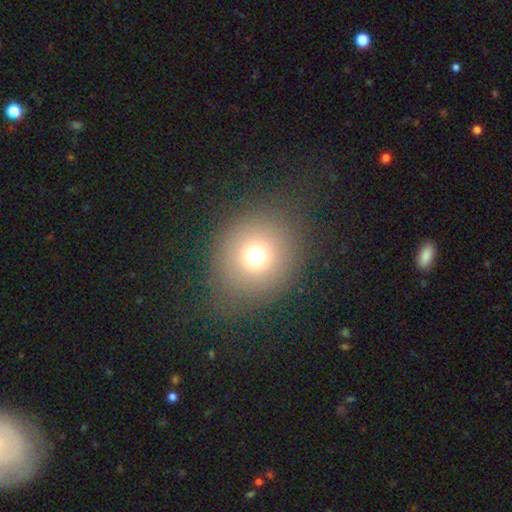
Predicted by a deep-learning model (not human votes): Q: Smooth or featured?
A: smooth (71%); runner-up: star or artifact (18%)
Q: How rounded?
A: round (84%); runner-up: in between (15%)
Q: Merging?
A: none (80%); runner-up: minor disturbance (10%)